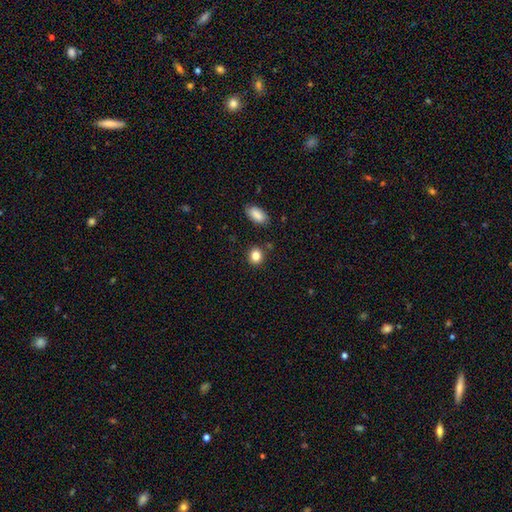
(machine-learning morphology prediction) type=smooth (84%); roundness=round (74%); merging=none (86%).